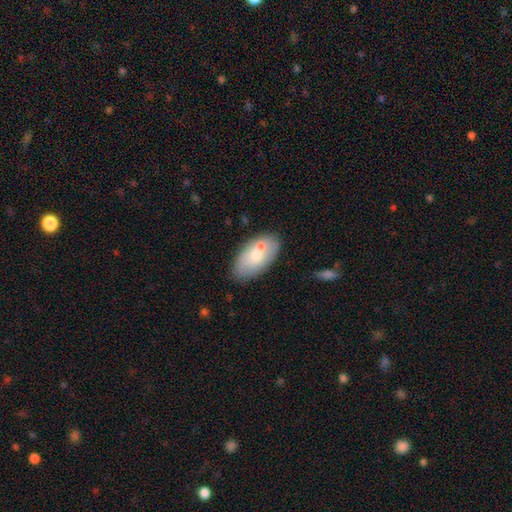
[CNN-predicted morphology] The model was most divided on "smooth or featured": smooth: 66%, featured or disk: 27%, star or artifact: 7%. More confident: how rounded — in between (94%); merging — none (67%).